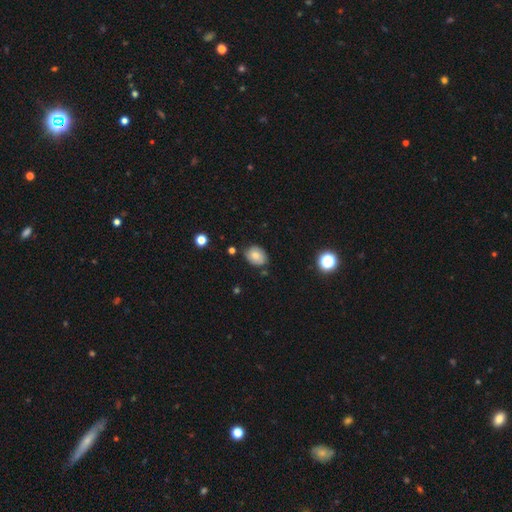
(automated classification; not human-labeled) smooth_or_featured: smooth (p=0.77) [alt: featured or disk p=0.13]
how_rounded: in between (p=0.62) [alt: round p=0.37]
merging: none (p=0.77) [alt: minor disturbance p=0.17]